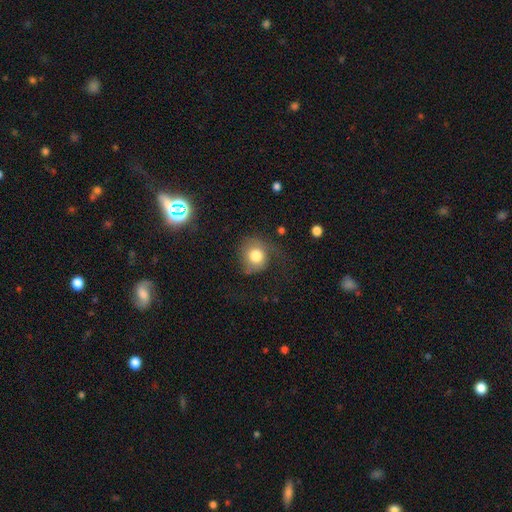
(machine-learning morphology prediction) Smooth or featured? Predicted: smooth (p=0.72). How rounded? Predicted: round (p=0.79). Merging? Predicted: none (p=0.47).